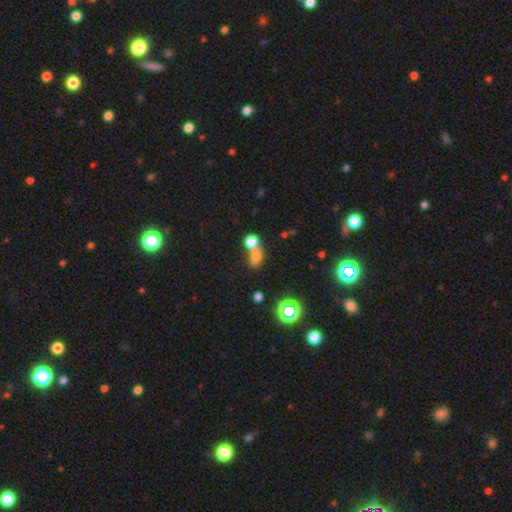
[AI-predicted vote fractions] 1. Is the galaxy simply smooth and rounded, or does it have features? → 65% smooth, 21% star or artifact, 14% featured or disk.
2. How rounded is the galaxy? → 55% round, 42% in between, 2% cigar-shaped.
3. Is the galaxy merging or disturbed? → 61% merger, 26% none, 7% minor disturbance, 5% major disturbance.